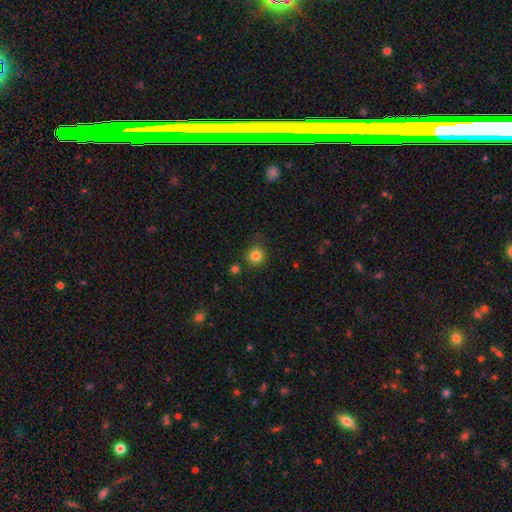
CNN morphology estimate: smooth-or-featured: smooth: 83% | star or artifact: 13% | featured or disk: 5%
  how-rounded: round: 93% | in between: 6% | cigar-shaped: 1%
  merging: none: 85% | minor disturbance: 9% | merger: 3% | major disturbance: 3%